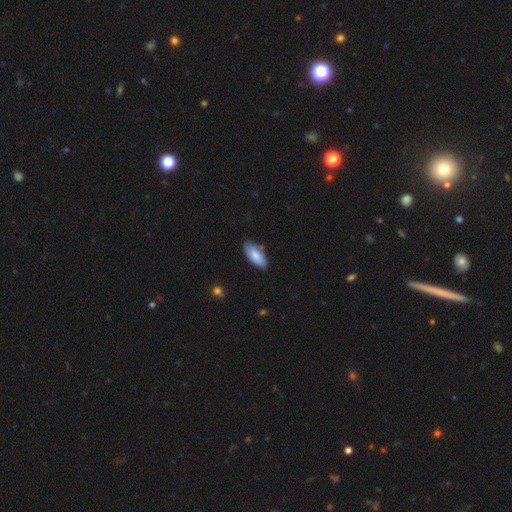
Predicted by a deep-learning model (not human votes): Q: Smooth or featured?
A: smooth (84%); runner-up: featured or disk (10%)
Q: How rounded?
A: in between (88%); runner-up: cigar-shaped (11%)
Q: Merging?
A: none (77%); runner-up: minor disturbance (18%)